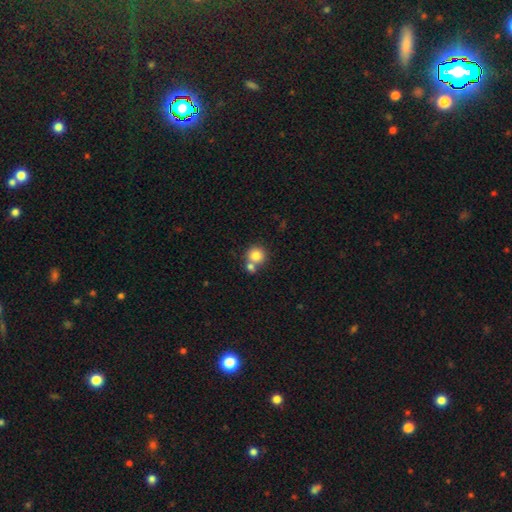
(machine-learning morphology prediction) smooth-or-featured: smooth: 82% | star or artifact: 10% | featured or disk: 9%
  how-rounded: round: 90% | in between: 9% | cigar-shaped: 1%
  merging: none: 54% | merger: 36% | minor disturbance: 8% | major disturbance: 3%